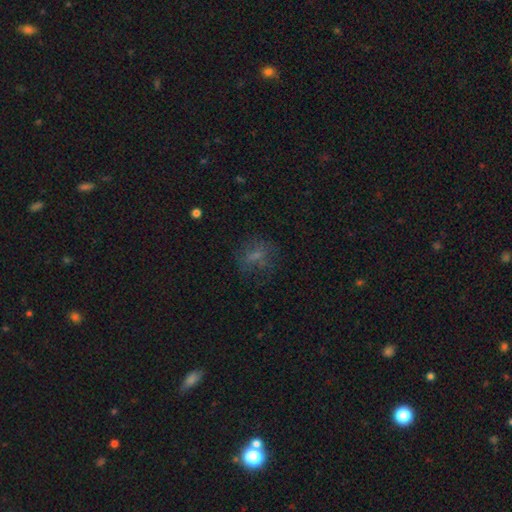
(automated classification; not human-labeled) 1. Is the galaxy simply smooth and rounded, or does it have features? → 52% smooth, 27% featured or disk, 21% star or artifact.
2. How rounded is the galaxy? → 58% round, 40% in between, 3% cigar-shaped.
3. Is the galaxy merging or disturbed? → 57% none, 21% major disturbance, 19% minor disturbance, 3% merger.